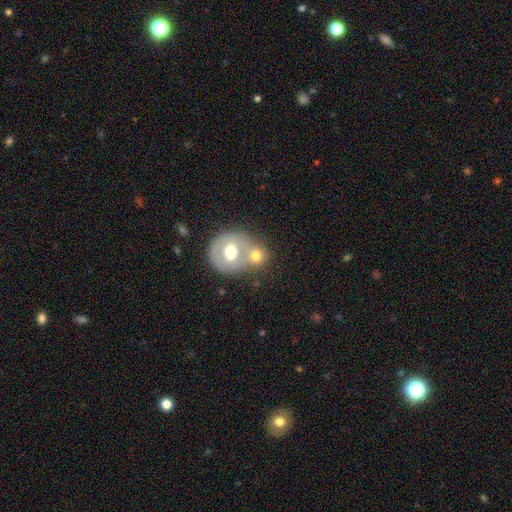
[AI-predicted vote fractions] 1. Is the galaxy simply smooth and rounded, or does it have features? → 62% smooth, 29% featured or disk, 9% star or artifact.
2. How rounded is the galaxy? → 81% round, 17% in between, 1% cigar-shaped.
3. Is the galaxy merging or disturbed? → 55% merger, 32% none, 8% minor disturbance, 5% major disturbance.